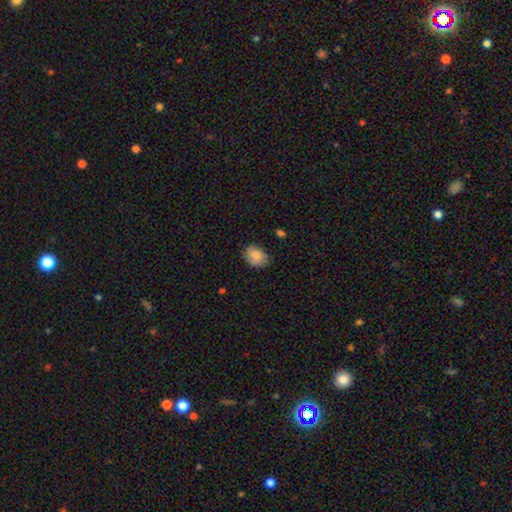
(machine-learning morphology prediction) This is likely a smooth galaxy (77%). How rounded: likely in between (72%). Merging: likely none (68%).